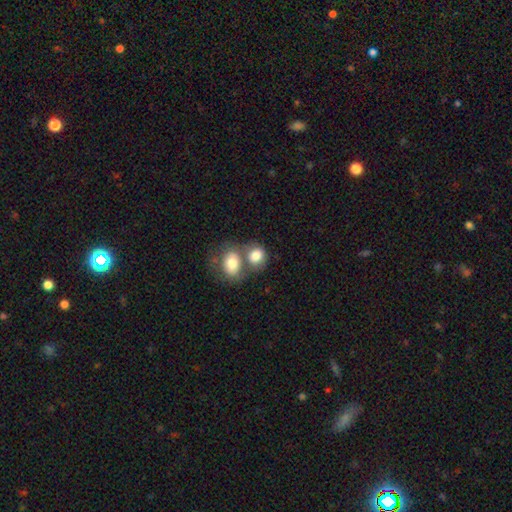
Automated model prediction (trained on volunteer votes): Smooth or featured? Predicted: smooth (p=0.79). How rounded? Predicted: round (p=0.53). Merging? Predicted: merger (p=0.55).